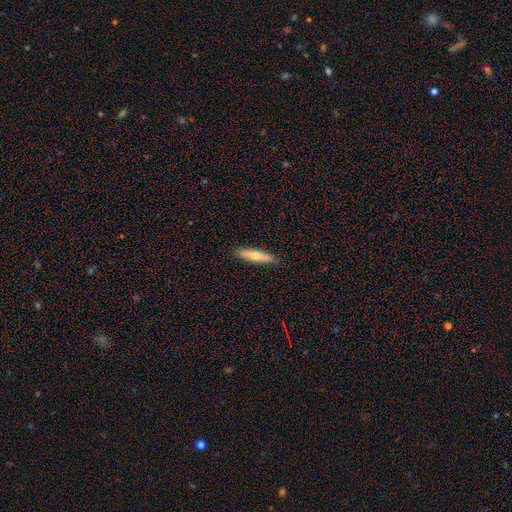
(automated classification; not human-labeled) The model was most divided on "smooth or featured": smooth: 61%, featured or disk: 33%, star or artifact: 6%. More confident: merging — none (89%); how rounded — cigar-shaped (84%).